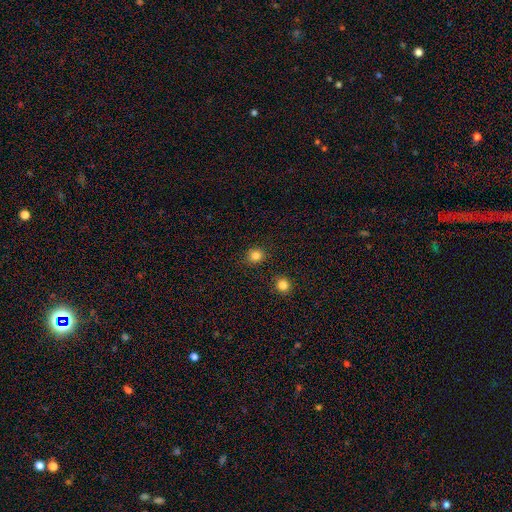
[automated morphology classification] smooth 83%, star or artifact 13%, featured or disk 4%. Down the decision tree: how rounded — round (82%); merging — none (87%).